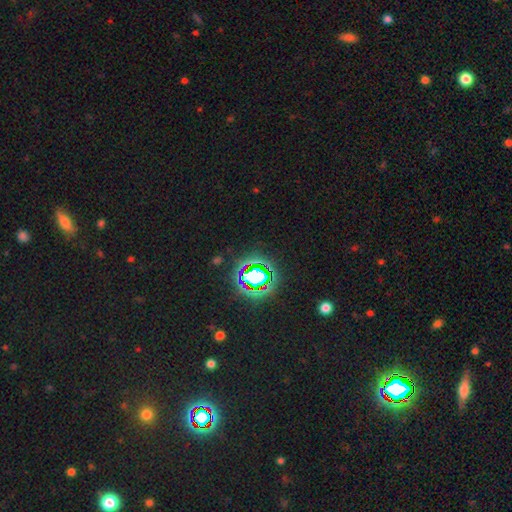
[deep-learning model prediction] Smooth or featured? star or artifact (78%)